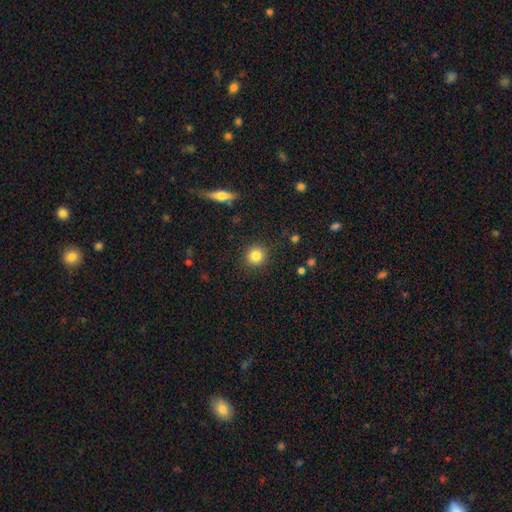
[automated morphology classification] Smooth or featured?
  - smooth: 83% *
  - star or artifact: 11%
  - featured or disk: 6%
How rounded?
  - round: 92% *
  - in between: 7%
  - cigar-shaped: 1%
Merging?
  - none: 90% *
  - minor disturbance: 7%
  - major disturbance: 2%
  - merger: 1%